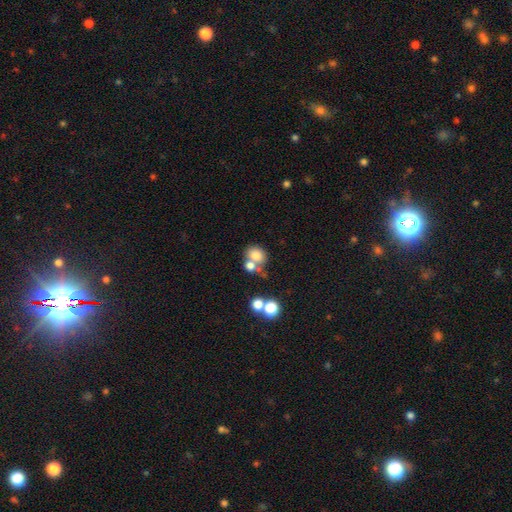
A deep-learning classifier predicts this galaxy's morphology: Smooth or featured? Predicted: smooth (p=0.76). How rounded? Predicted: round (p=0.64). Merging? Predicted: none (p=0.43).